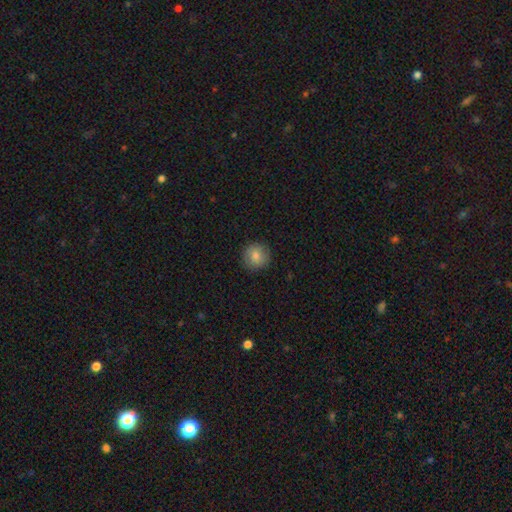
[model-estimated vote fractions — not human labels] smooth-or-featured: smooth: 80% | featured or disk: 10% | star or artifact: 10%
  how-rounded: round: 94% | in between: 5% | cigar-shaped: 1%
  merging: none: 90% | minor disturbance: 7% | major disturbance: 2% | merger: 1%